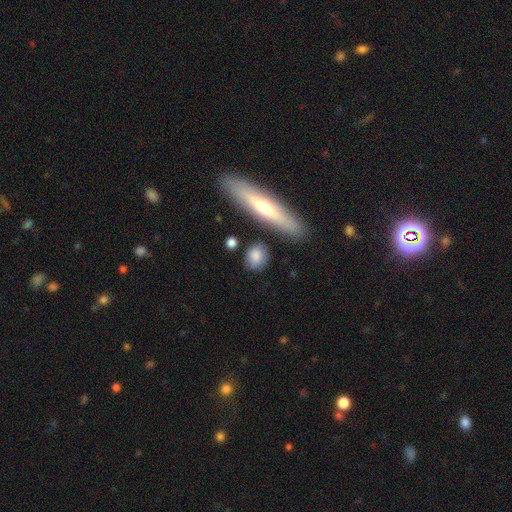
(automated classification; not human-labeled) A smooth galaxy with no disk features (78%) that is in between round and cigar-shaped (47%). Merging: none (76%).